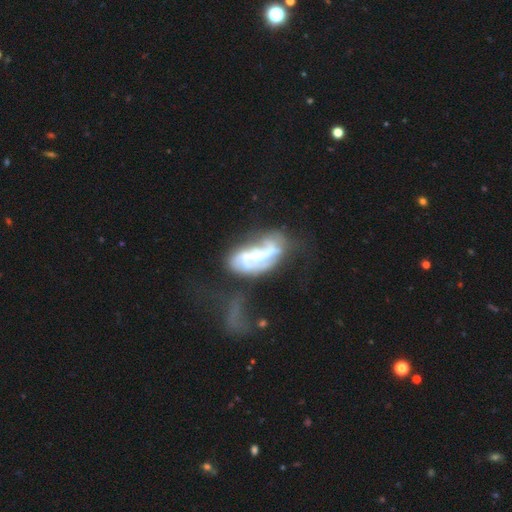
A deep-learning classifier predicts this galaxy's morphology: This appears to be a featured or disk galaxy (81%) with no bar (49%), 2 (54%) medium (41%) spiral arms (85%) and a moderate central bulge (50%). Merging: major disturbance (34%).